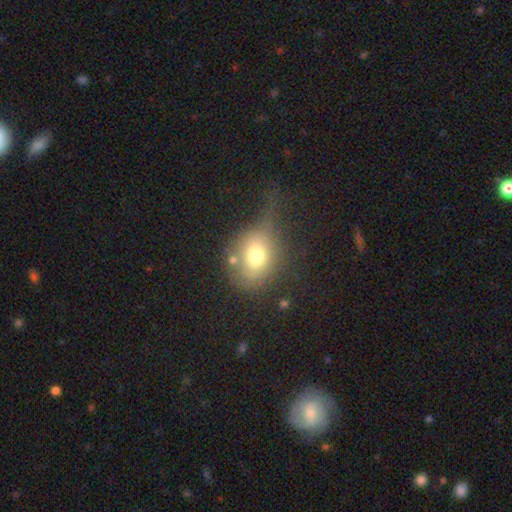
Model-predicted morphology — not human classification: Smooth or featured? Predicted: smooth (p=0.70). How rounded? Predicted: in between (p=0.54). Merging? Predicted: none (p=0.37).